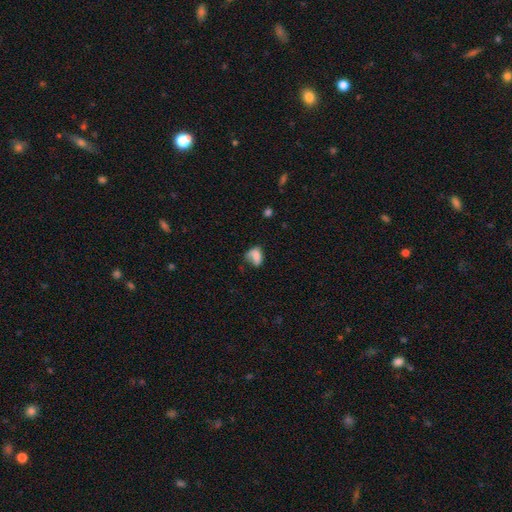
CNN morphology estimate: Overall: smooth (73%). How rounded: in between (78%). Merging: minor disturbance (34%, tied with none).